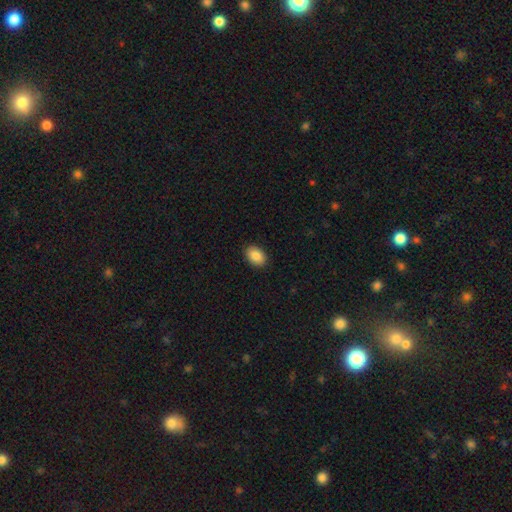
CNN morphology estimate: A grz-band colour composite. It shows a smooth galaxy with no disk features (89%) that is in between round and cigar-shaped (86%). Merging: none (90%).